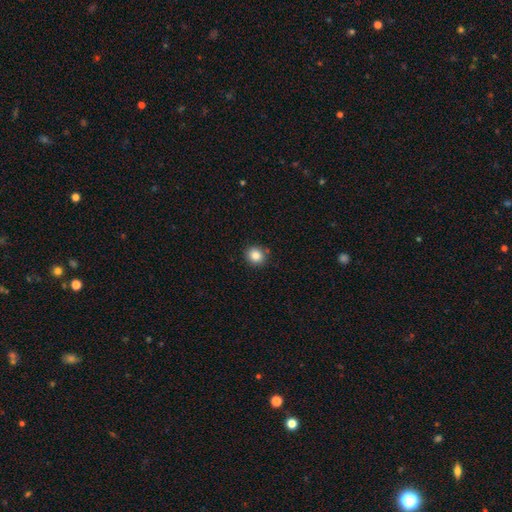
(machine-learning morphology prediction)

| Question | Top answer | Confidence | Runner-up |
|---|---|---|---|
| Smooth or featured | smooth | 85% | star or artifact (10%) |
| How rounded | round | 82% | in between (18%) |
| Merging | none | 88% | minor disturbance (8%) |